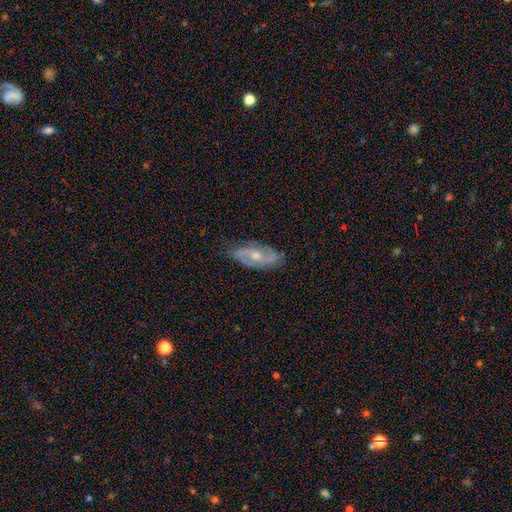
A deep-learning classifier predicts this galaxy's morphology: The model was most divided on "bar": no: 51%, weak: 38%, strong: 10%. Remaining: spiral arms — yes (93%); edge-on disk — no (92%); spiral arm count — 2 (87%); smooth or featured — featured or disk (81%); merging — none (79%); bulge size — moderate (60%); spiral winding — medium (48%).